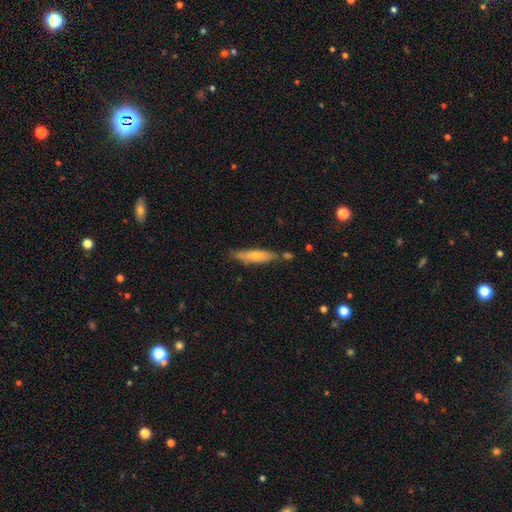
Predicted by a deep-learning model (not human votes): smooth 64%, featured or disk 30%, star or artifact 6%. Down the decision tree: how rounded — cigar-shaped (73%); merging — none (69%).